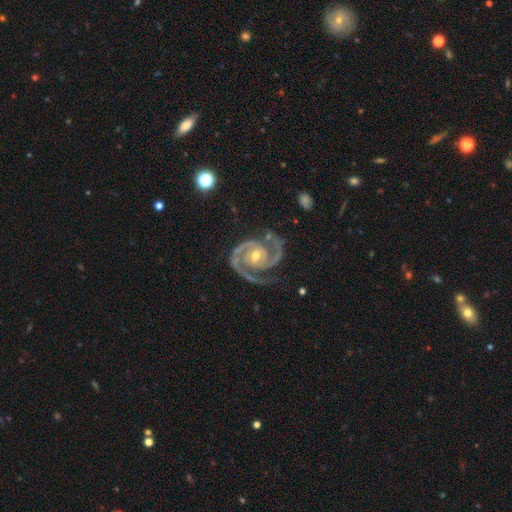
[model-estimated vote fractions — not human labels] The model was most divided on "spiral winding": tight: 57%, medium: 39%, loose: 4%. More confident: spiral arms — yes (99%); edge-on disk — no (98%); smooth or featured — featured or disk (94%); spiral arm count — 2 (91%); merging — none (77%); bulge size — moderate (60%); bar — no (51%).